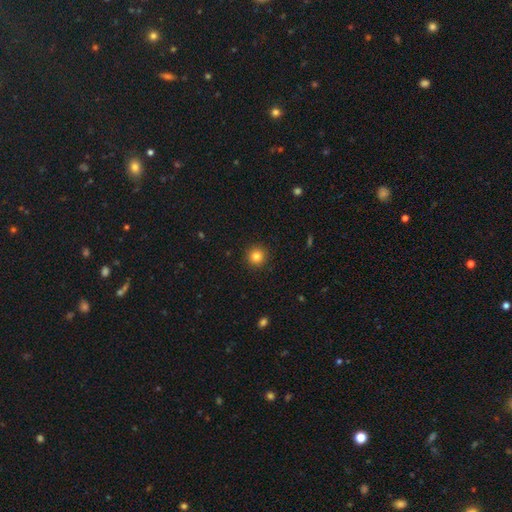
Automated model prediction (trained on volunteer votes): This is clearly a smooth galaxy (83%). How rounded: clearly round (95%). Merging: clearly none (92%).